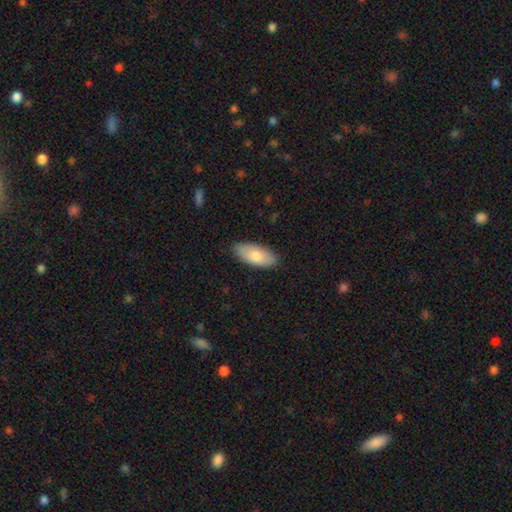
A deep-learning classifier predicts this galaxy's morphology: Smooth or featured? Predicted: smooth (p=0.79). How rounded? Predicted: in between (p=0.90). Merging? Predicted: none (p=0.85).